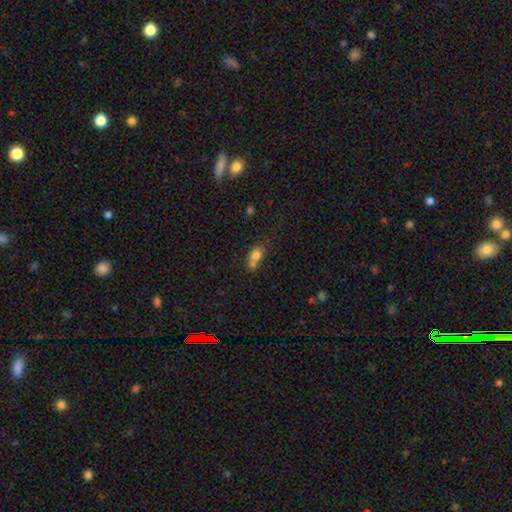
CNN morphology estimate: Smooth or featured? smooth (75%)
How rounded? in between (66%)
Merging? merger (49%)